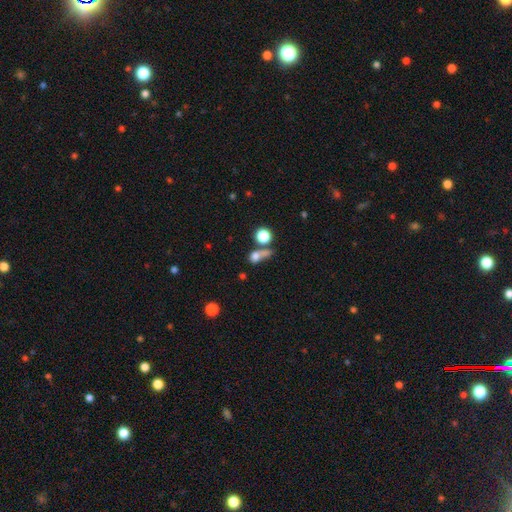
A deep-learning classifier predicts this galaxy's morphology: This appears to be a smooth galaxy with no disk features (71%) that is round (63%). Merging: merger (41%).